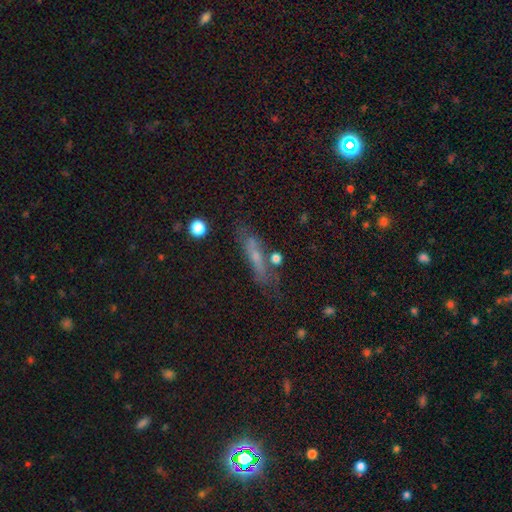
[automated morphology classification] This is possibly a smooth galaxy (46%). Merging: likely none (66%).